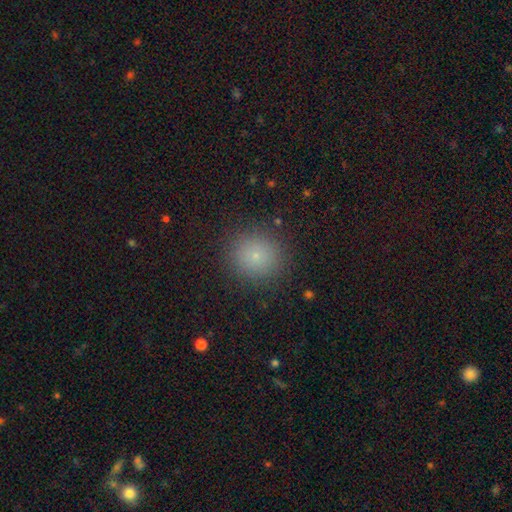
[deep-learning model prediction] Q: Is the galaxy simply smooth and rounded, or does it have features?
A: smooth — 77%.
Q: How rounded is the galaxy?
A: round — 90%.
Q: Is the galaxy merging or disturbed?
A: none — 89%.